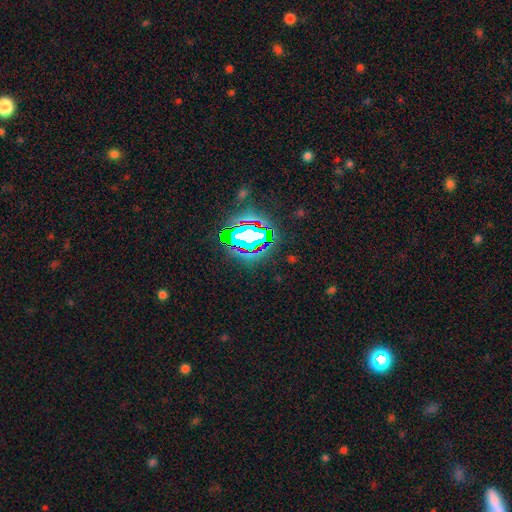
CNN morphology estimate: star or artifact 79%, smooth 12%, featured or disk 8%.